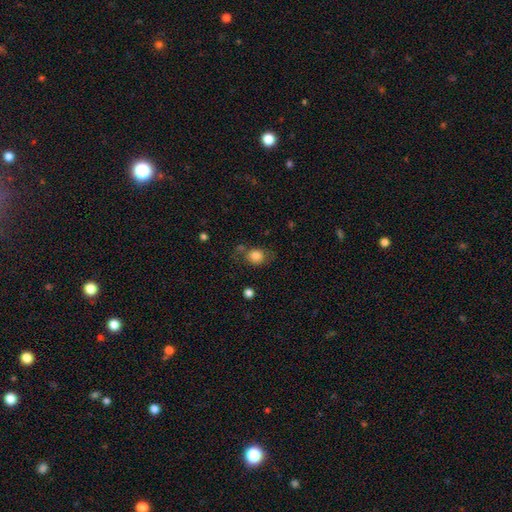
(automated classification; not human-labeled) Smooth or featured: smooth — 82% (star or artifact — 9%)
How rounded: round — 59% (in between — 39%)
Merging: none — 61% (minor disturbance — 22%)